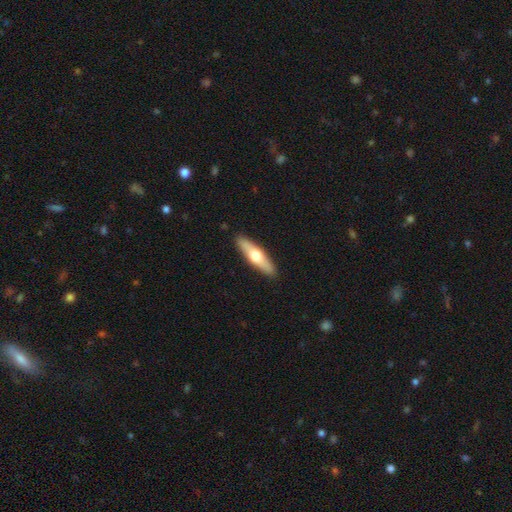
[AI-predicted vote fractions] A smooth galaxy with no disk features (49%).

Vote fractions:
- Smooth or featured? smooth: 49% / featured or disk: 46% / star or artifact: 5%
- Merging? none: 91% / minor disturbance: 7% / major disturbance: 2% / merger: 1%